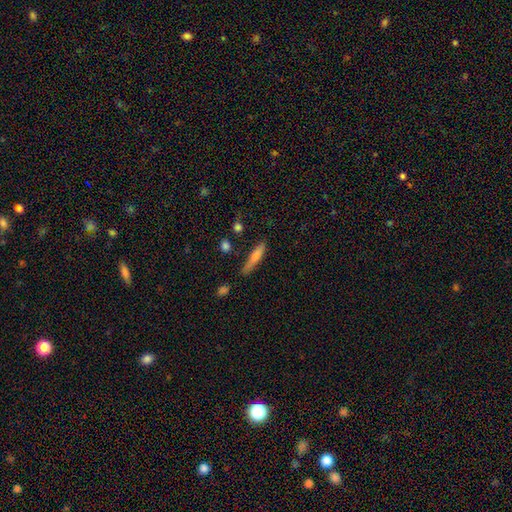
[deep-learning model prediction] This appears to be a smooth galaxy with no disk features (74%) that is cigar-shaped (85%). Merging: none (72%).